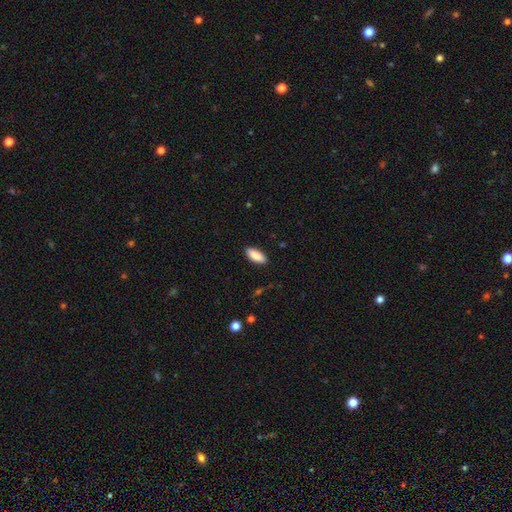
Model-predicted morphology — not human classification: smooth-or-featured: smooth: 89% | star or artifact: 6% | featured or disk: 5%
  how-rounded: in between: 83% | cigar-shaped: 16% | round: 2%
  merging: none: 89% | minor disturbance: 9% | major disturbance: 2% | merger: 1%